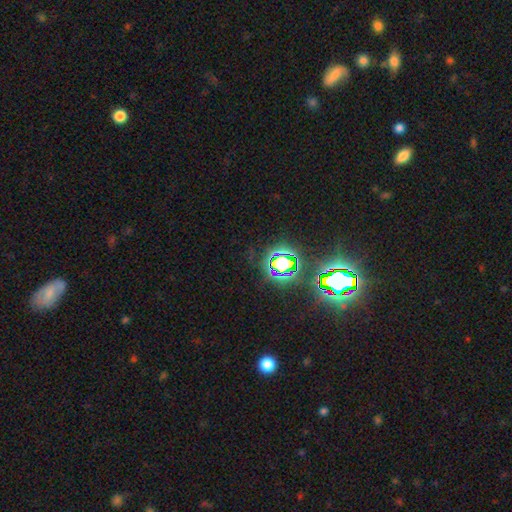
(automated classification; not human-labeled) Q: Smooth or featured?
A: star or artifact (79%); runner-up: smooth (13%)